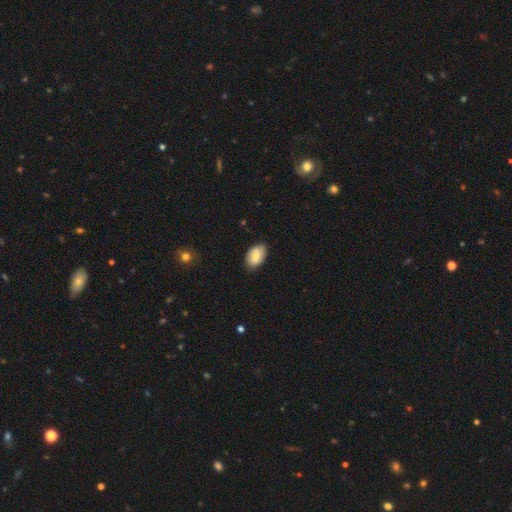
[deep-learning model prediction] Smooth or featured?
  - smooth: 80% *
  - featured or disk: 14%
  - star or artifact: 7%
How rounded?
  - in between: 93% *
  - round: 5%
  - cigar-shaped: 1%
Merging?
  - none: 82% *
  - minor disturbance: 15%
  - major disturbance: 2%
  - merger: 1%